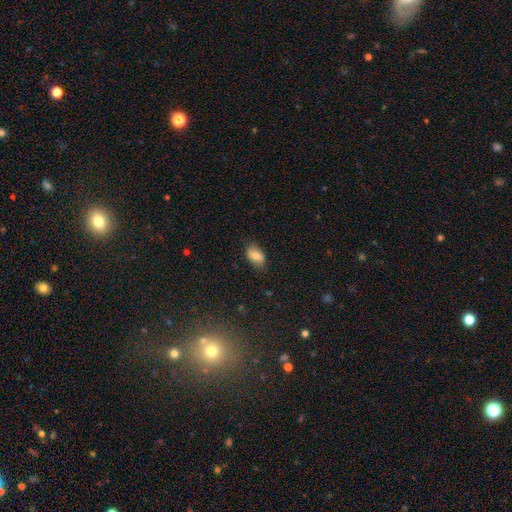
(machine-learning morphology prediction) A smooth galaxy with no disk features (78%) that is in between round and cigar-shaped (91%). Merging: none (79%).